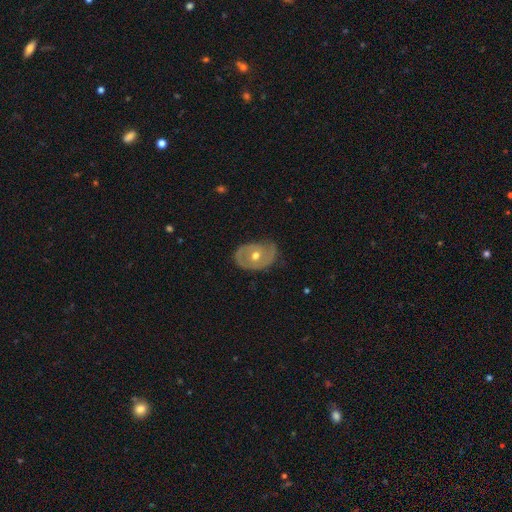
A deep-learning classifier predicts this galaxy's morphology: featured or disk 60%, smooth 34%, star or artifact 6%. Down the decision tree: edge-on disk — no (93%); bar — no (83%); spiral arms — no (62%); bulge size — moderate (75%); merging — none (56%).